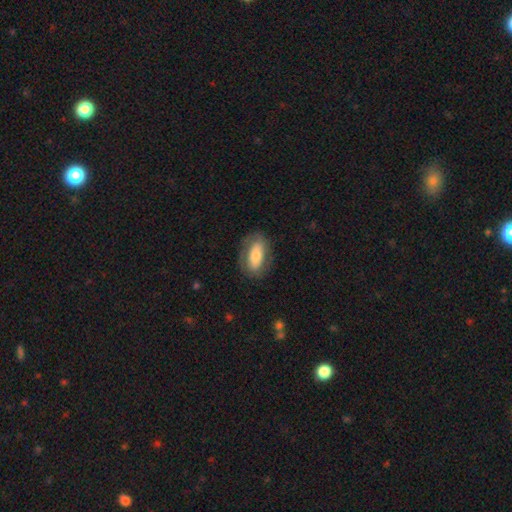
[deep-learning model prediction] The model was most divided on "smooth or featured": smooth: 65%, featured or disk: 28%, star or artifact: 6%. More confident: how rounded — in between (86%); merging — none (76%).